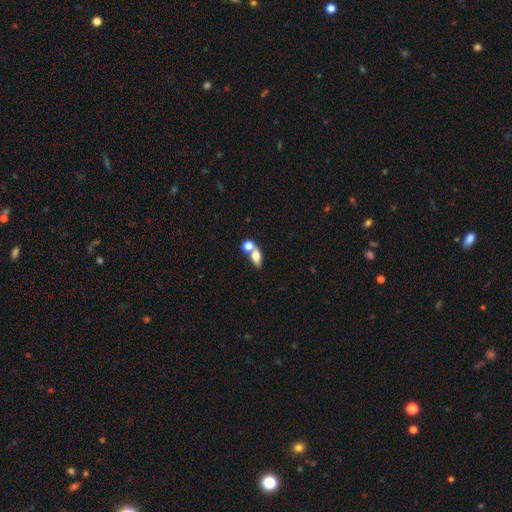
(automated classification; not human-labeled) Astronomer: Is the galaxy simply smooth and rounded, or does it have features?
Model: smooth — 72%.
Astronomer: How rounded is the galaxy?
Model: in between — 76%.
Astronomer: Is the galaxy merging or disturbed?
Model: none — 44% (runner-up: merger, 42%).